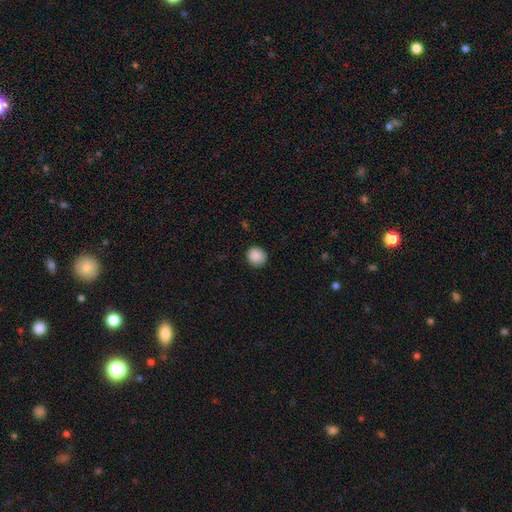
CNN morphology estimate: A smooth galaxy with no disk features (89%) that is round (90%). Merging: none (89%).